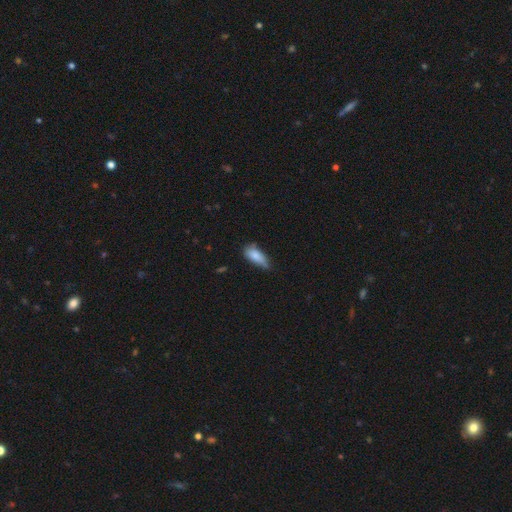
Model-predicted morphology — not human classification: smooth 82%, featured or disk 11%, star or artifact 7%. Down the decision tree: how rounded — in between (79%); merging — minor disturbance (45%).